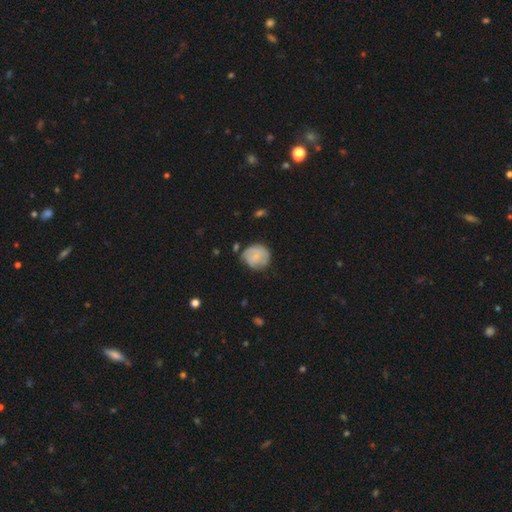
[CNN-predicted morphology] Smooth or featured? smooth (61%)
How rounded? round (81%)
Merging? none (62%)